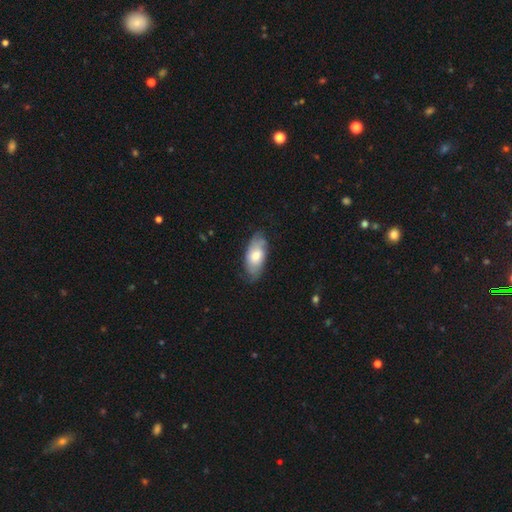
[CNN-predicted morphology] This appears to be a smooth galaxy with no disk features (54%) that is in between round and cigar-shaped (89%). Merging: none (69%).